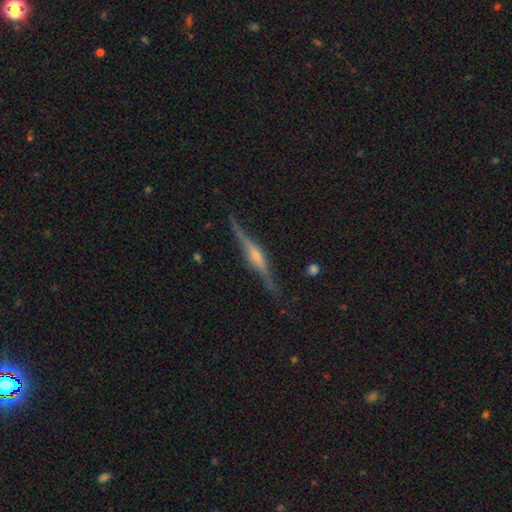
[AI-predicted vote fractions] Smooth or featured? Predicted: featured or disk (p=0.82). Edge-on disk? Predicted: yes (p=0.98). Edge-on bulge? Predicted: rounded (p=0.68). Merging? Predicted: none (p=0.85).